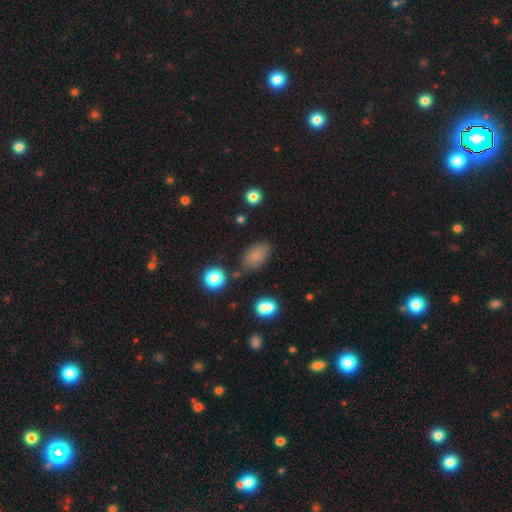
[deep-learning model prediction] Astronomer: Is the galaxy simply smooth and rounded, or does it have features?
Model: smooth — 81%.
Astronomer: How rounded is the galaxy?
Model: in between — 90%.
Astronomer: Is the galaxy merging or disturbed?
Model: none — 76%.